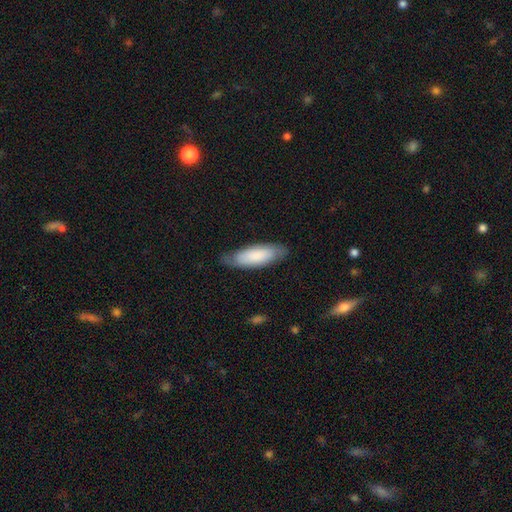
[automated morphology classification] Smooth or featured: smooth — 79% (featured or disk — 16%)
How rounded: in between — 62% (cigar-shaped — 36%)
Merging: none — 78% (minor disturbance — 17%)